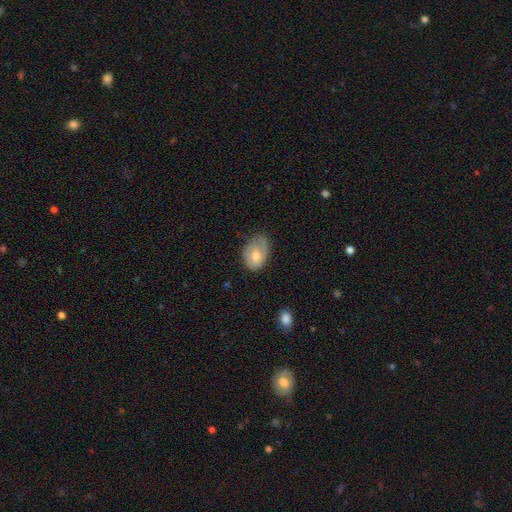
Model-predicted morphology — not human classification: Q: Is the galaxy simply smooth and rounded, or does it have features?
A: smooth — 68%.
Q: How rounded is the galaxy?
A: in between — 79%.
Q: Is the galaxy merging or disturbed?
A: none — 52%.